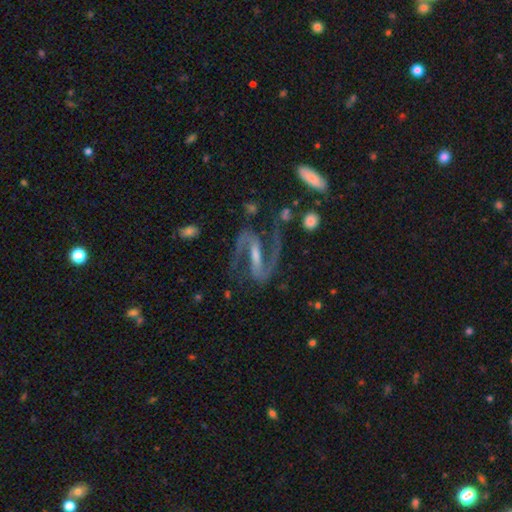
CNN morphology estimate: Smooth or featured? featured or disk (92%)
Edge-on disk? no (96%)
Bar? strong (65%)
Spiral arms? yes (97%)
Spiral winding? medium (62%)
Spiral arm count? 2 (94%)
Bulge size? small (41%)
Merging? none (72%)